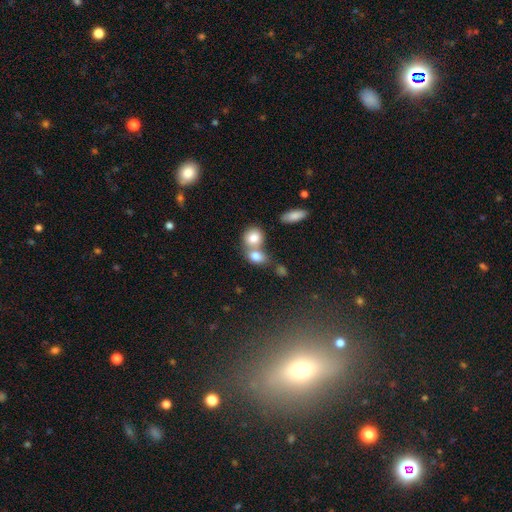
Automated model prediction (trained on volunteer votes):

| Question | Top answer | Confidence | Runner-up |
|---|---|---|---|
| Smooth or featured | smooth | 79% | featured or disk (11%) |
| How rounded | in between | 59% | round (38%) |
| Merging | merger | 58% | none (30%) |